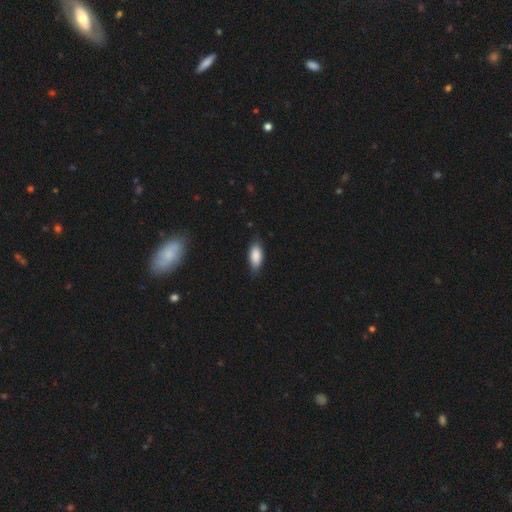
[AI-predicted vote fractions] Q: Smooth or featured?
A: smooth (86%); runner-up: featured or disk (7%)
Q: How rounded?
A: in between (86%); runner-up: cigar-shaped (12%)
Q: Merging?
A: none (79%); runner-up: minor disturbance (17%)